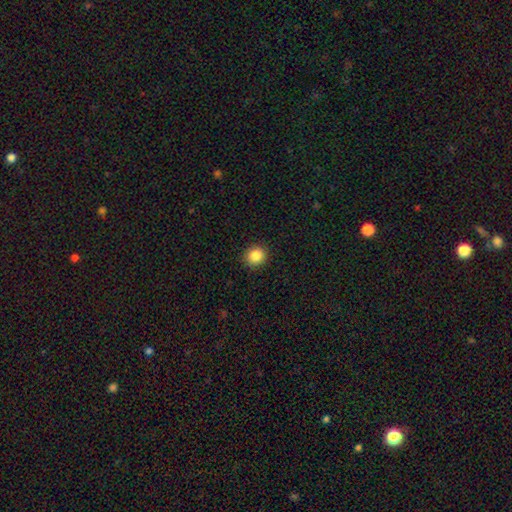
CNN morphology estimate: This appears to be a smooth galaxy with no disk features (86%) that is round (83%). Merging: none (92%).